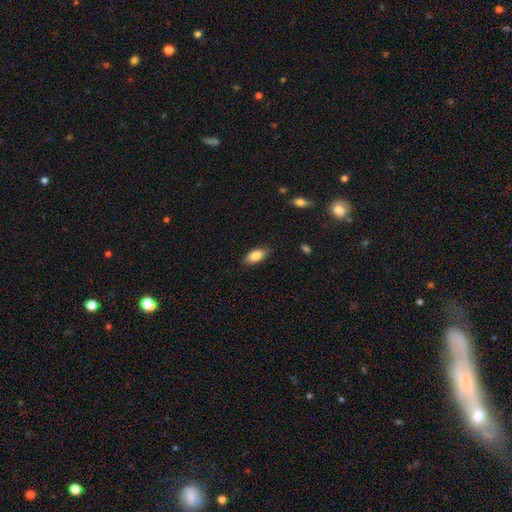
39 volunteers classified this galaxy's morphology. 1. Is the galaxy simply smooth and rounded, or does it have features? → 87% smooth, 8% featured or disk, 5% star or artifact.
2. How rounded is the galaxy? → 91% in between, 6% cigar-shaped, 3% round.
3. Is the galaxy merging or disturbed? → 76% none, 19% minor disturbance, 3% major disturbance, 3% merger.